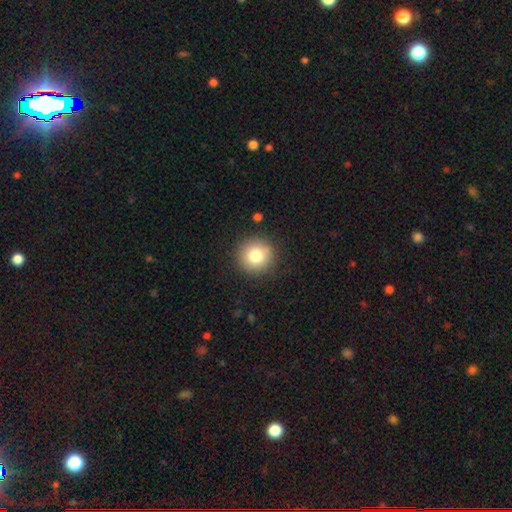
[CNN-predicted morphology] The model was most divided on "smooth or featured": smooth: 79%, star or artifact: 11%, featured or disk: 10%. More confident: how rounded — round (94%); merging — none (89%).